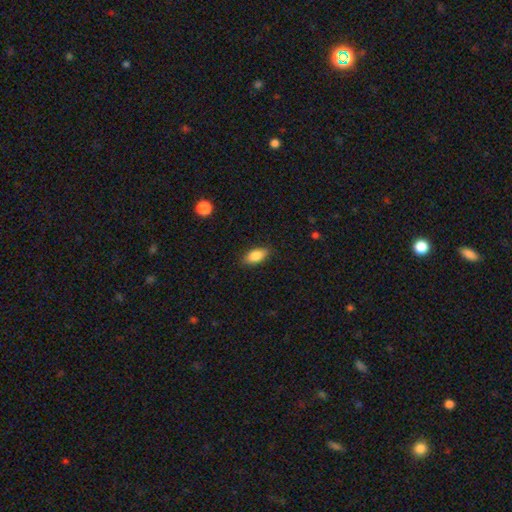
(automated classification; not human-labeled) Smooth or featured? Predicted: smooth (p=0.84). How rounded? Predicted: in between (p=0.88). Merging? Predicted: none (p=0.86).